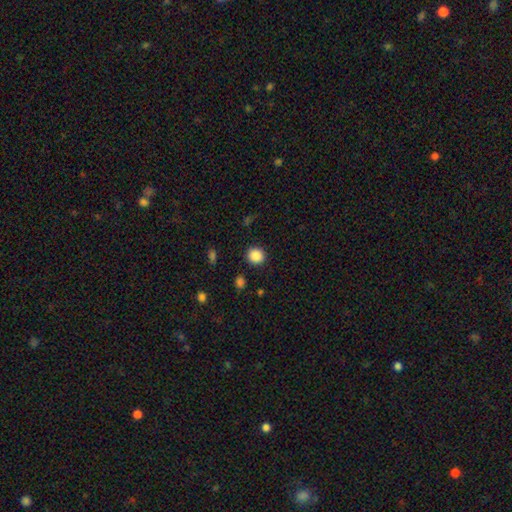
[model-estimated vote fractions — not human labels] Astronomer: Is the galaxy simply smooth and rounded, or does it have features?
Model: smooth — 88%.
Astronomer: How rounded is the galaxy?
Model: round — 87%.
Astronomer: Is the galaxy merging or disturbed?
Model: none — 90%.